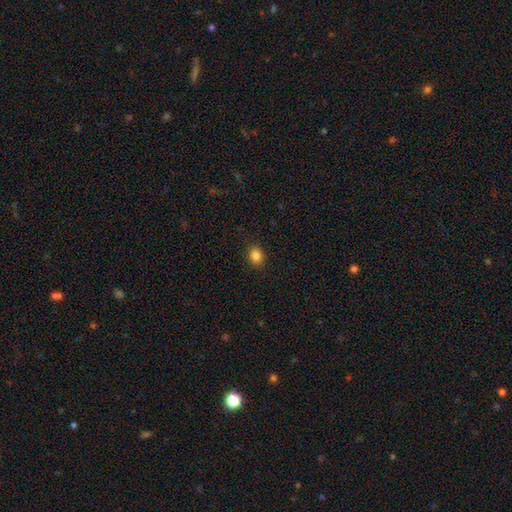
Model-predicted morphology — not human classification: Smooth or featured: smooth — 85% (star or artifact — 11%)
How rounded: round — 60% (in between — 39%)
Merging: none — 90% (minor disturbance — 7%)